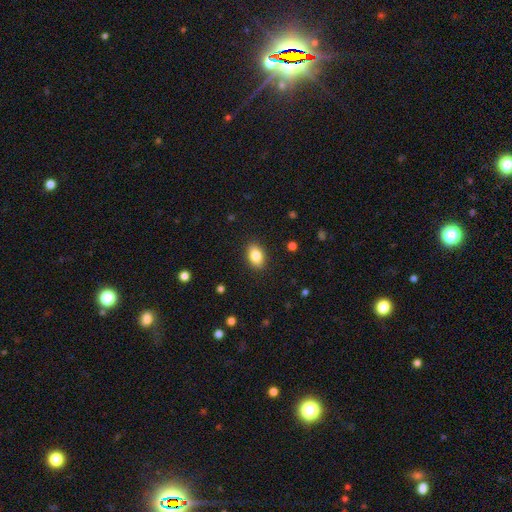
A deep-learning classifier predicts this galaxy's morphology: A smooth galaxy with no disk features (83%) that is in between round and cigar-shaped (87%). Merging: none (89%).